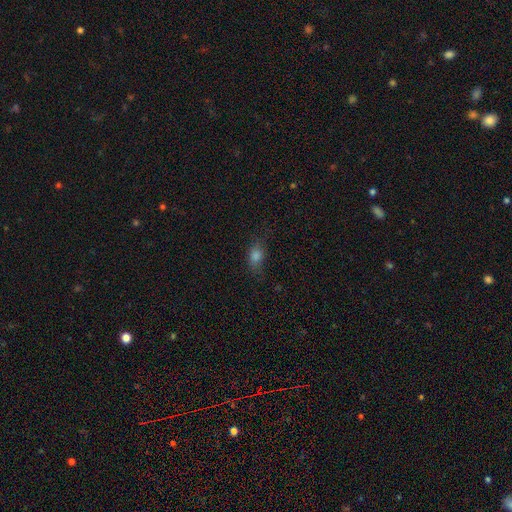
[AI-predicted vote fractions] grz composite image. It shows a smooth galaxy with no disk features (78%) that is in between round and cigar-shaped (72%). Merging: none (73%).